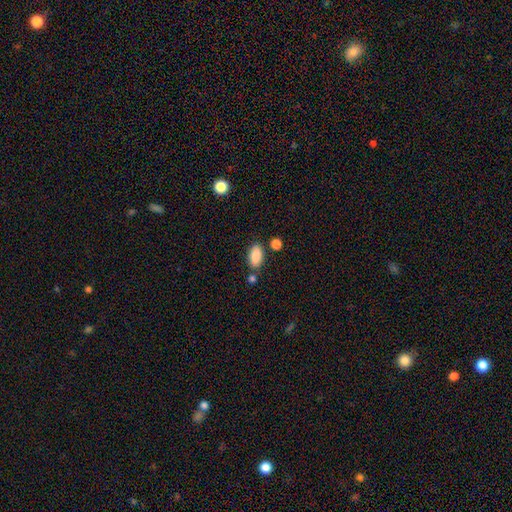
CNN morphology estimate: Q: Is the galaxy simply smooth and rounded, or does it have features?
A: smooth — 88%.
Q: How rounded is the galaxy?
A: in between — 92%.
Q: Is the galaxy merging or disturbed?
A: none — 74%.